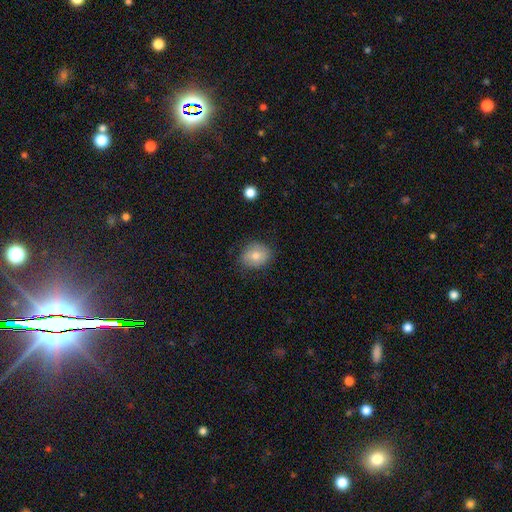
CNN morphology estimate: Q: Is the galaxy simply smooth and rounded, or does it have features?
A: smooth — 74%.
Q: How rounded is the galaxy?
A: round — 59%.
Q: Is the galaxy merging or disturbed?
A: none — 78%.